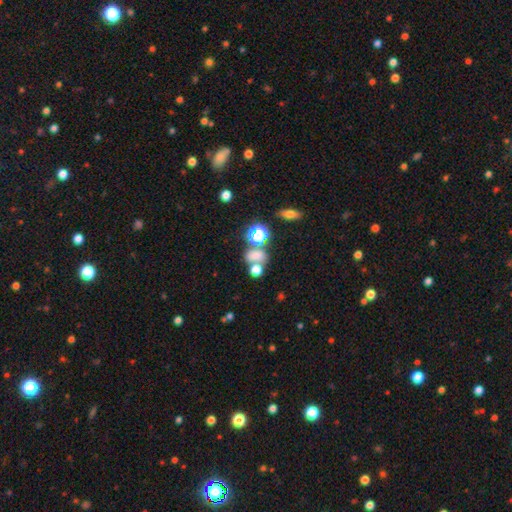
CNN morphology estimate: Smooth or featured: smooth — 62% (star or artifact — 28%)
How rounded: round — 49% (tied with in between — 49%)
Merging: none — 44% (merger — 38%)